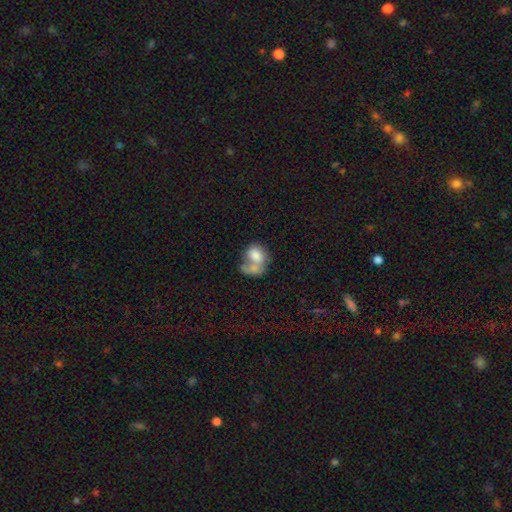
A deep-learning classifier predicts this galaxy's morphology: Smooth or featured? Predicted: smooth (p=0.70). How rounded? Predicted: in between (p=0.62). Merging? Predicted: merger (p=0.64).